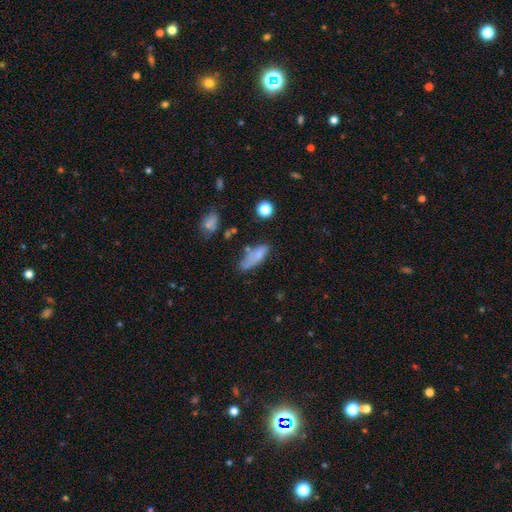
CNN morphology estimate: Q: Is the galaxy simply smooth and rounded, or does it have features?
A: smooth — 74%.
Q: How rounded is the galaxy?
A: in between — 66%.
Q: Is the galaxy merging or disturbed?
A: none — 52%.